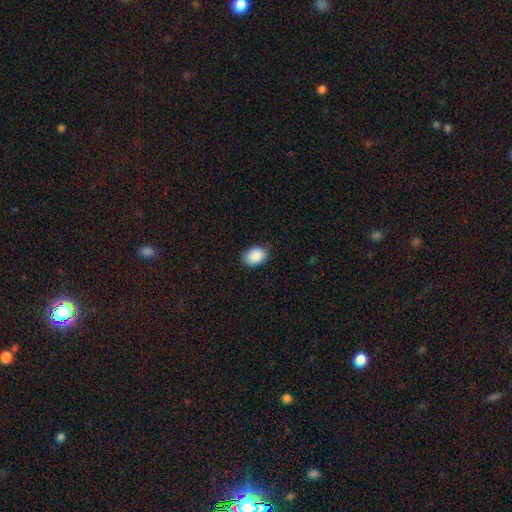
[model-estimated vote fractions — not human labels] Q: Smooth or featured?
A: smooth (90%); runner-up: star or artifact (7%)
Q: How rounded?
A: in between (71%); runner-up: round (29%)
Q: Merging?
A: none (82%); runner-up: minor disturbance (15%)